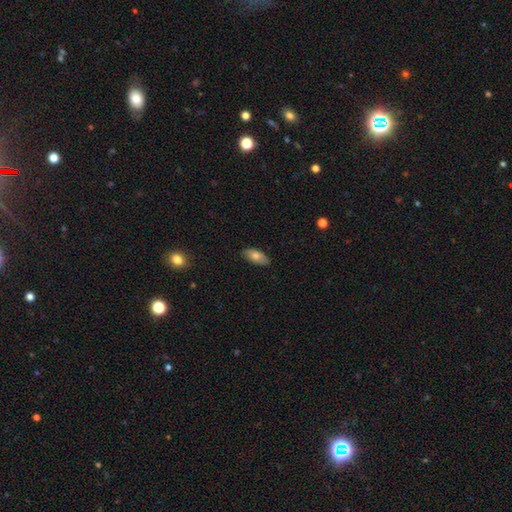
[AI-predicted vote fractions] Q: Smooth or featured?
A: smooth (73%); runner-up: featured or disk (20%)
Q: How rounded?
A: in between (87%); runner-up: cigar-shaped (10%)
Q: Merging?
A: none (83%); runner-up: minor disturbance (14%)